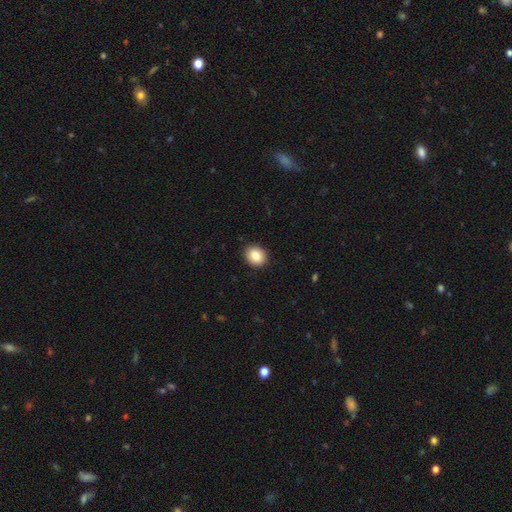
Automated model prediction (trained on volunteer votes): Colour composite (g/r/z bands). It shows a smooth galaxy with no disk features (85%) that is round (60%). Merging: none (91%).